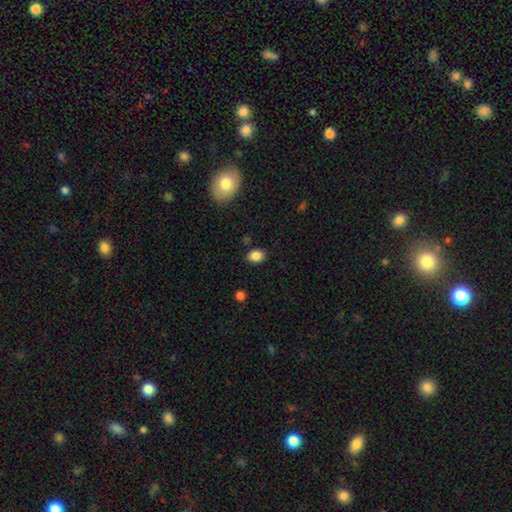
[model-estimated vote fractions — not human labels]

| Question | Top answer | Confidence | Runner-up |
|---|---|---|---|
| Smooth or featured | smooth | 85% | star or artifact (10%) |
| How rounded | in between | 60% | round (39%) |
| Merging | none | 85% | minor disturbance (10%) |